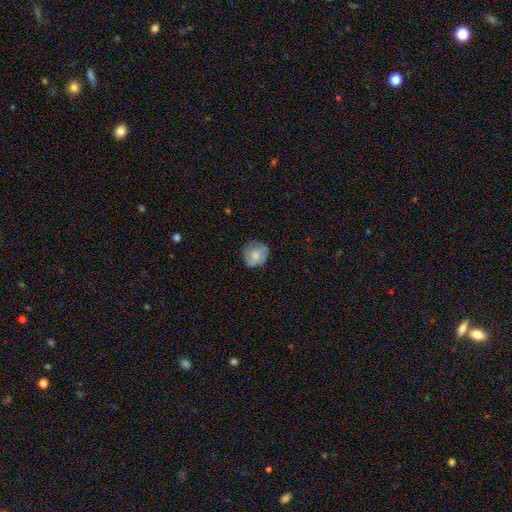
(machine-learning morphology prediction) A smooth galaxy with no disk features (73%) that is round (81%).

Vote fractions:
- Smooth or featured? smooth: 73% / featured or disk: 20% / star or artifact: 8%
- How rounded? round: 81% / in between: 18% / cigar-shaped: 1%
- Merging? none: 68% / minor disturbance: 24% / major disturbance: 7% / merger: 1%